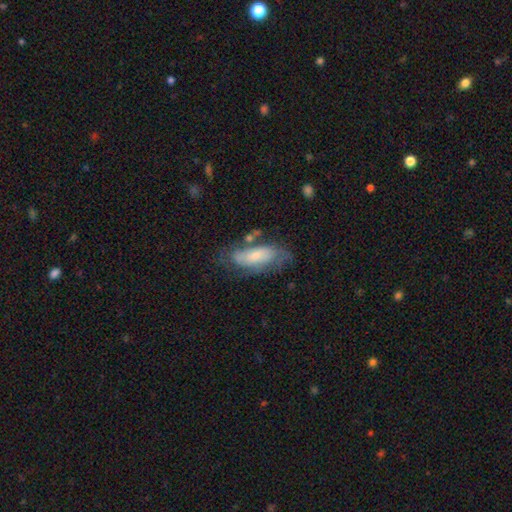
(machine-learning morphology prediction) This appears to be a smooth galaxy with no disk features (49%). Merging: none (52%).